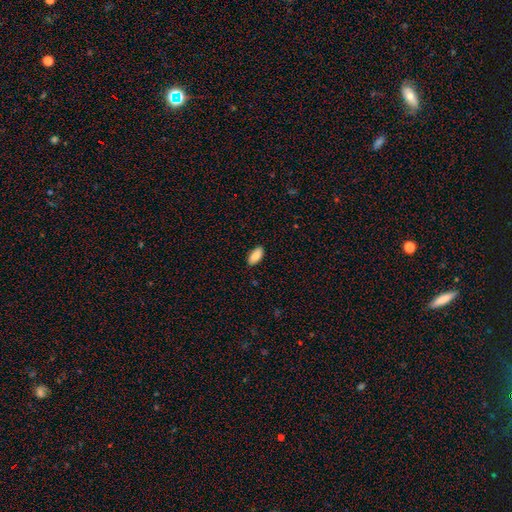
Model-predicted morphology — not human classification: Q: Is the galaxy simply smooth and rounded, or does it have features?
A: smooth — 88%.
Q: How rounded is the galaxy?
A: in between — 90%.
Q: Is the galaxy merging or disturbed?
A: none — 87%.